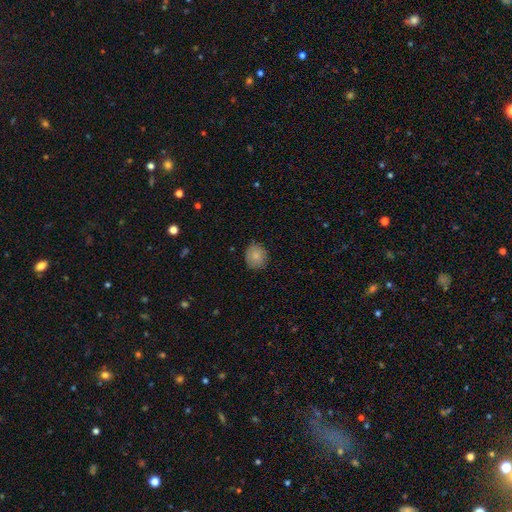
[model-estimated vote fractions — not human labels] Smooth or featured? smooth (83%)
How rounded? round (78%)
Merging? none (86%)